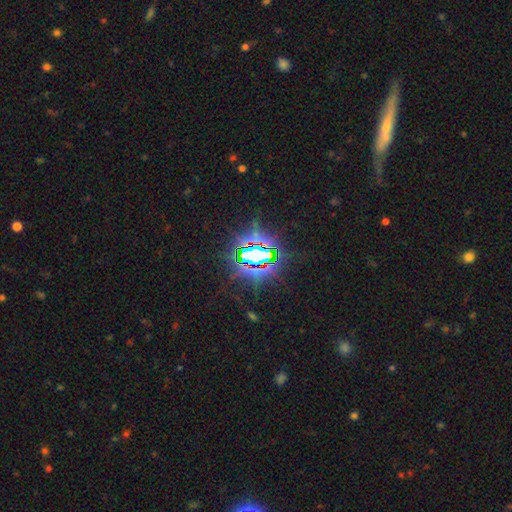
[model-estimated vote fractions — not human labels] This is likely a star or artifact rather than a galaxy (80%).